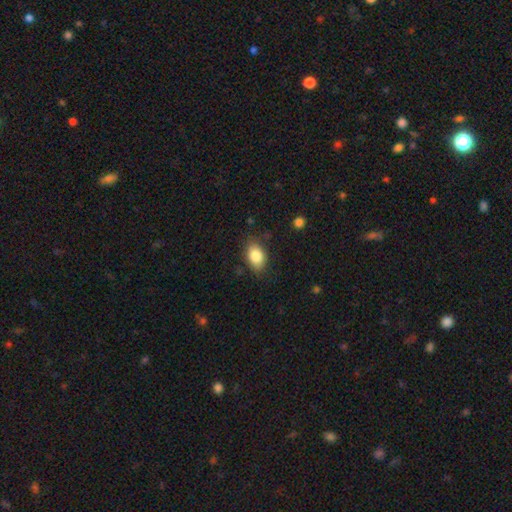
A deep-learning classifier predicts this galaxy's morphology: A smooth galaxy with no disk features (85%) that is in between round and cigar-shaped (86%). Merging: none (80%).